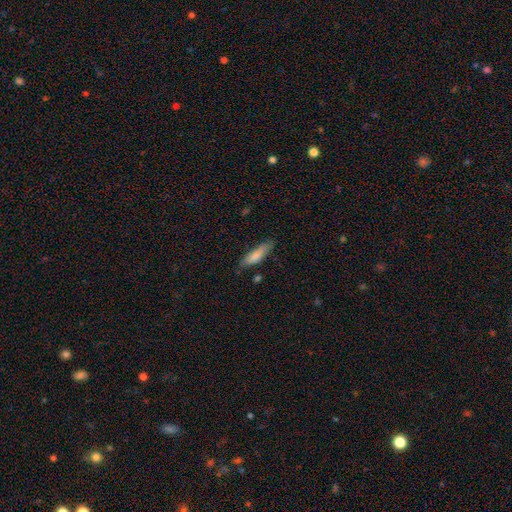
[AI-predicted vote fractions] Smooth or featured? Predicted: smooth (p=0.81). How rounded? Predicted: cigar-shaped (p=0.62). Merging? Predicted: none (p=0.72).